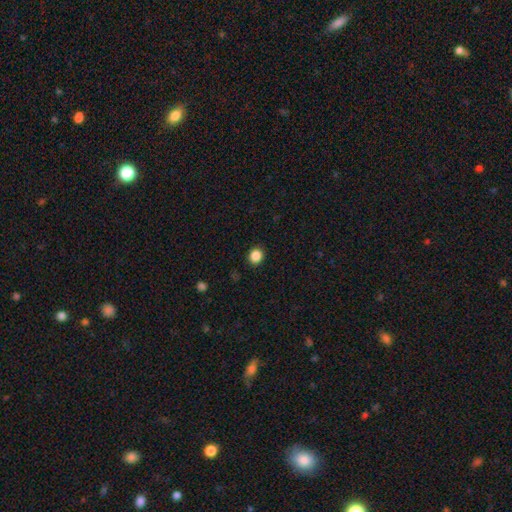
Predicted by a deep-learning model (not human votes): This appears to be a smooth galaxy with no disk features (86%) that is round (83%). Merging: none (92%).